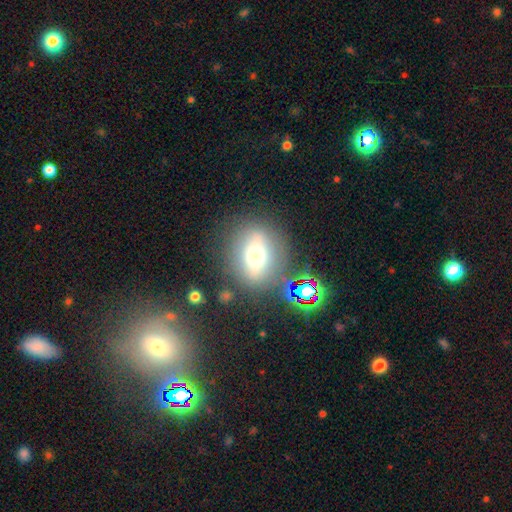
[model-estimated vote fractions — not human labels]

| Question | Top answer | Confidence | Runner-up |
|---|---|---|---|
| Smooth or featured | smooth | 47% | featured or disk (36%) |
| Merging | none | 77% | minor disturbance (12%) |